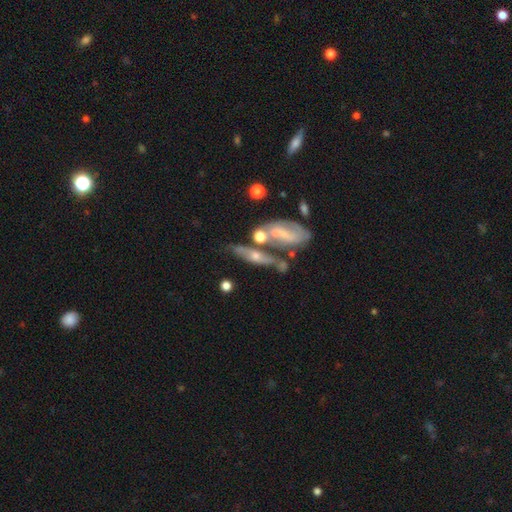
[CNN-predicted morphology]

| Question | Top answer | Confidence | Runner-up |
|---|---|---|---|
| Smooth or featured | featured or disk | 63% | smooth (28%) |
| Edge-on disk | yes | 59% | no (41%) |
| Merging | none | 44% | merger (30%) |